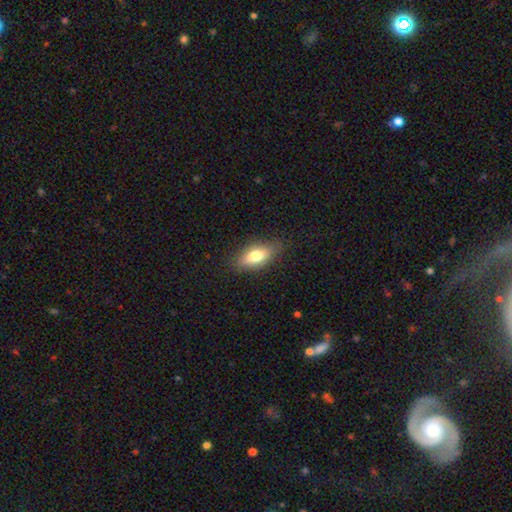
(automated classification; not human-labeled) This appears to be a smooth galaxy with no disk features (72%) that is in between round and cigar-shaped (80%). Merging: none (83%).